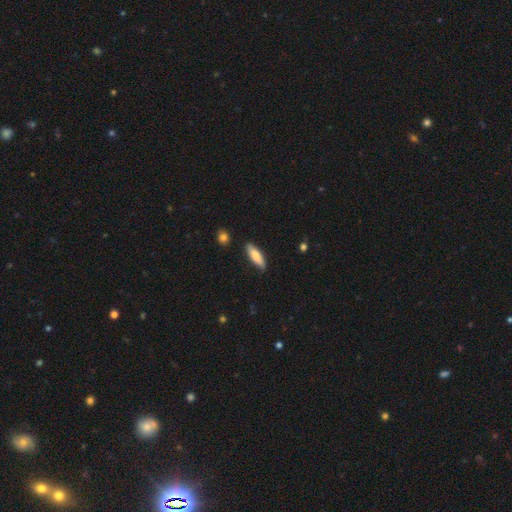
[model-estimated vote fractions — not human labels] A smooth galaxy with no disk features (80%) that is cigar-shaped (54%).

Vote fractions:
- Smooth or featured? smooth: 80% / featured or disk: 15% / star or artifact: 6%
- How rounded? cigar-shaped: 54% / in between: 44% / round: 2%
- Merging? none: 85% / minor disturbance: 11% / major disturbance: 2% / merger: 2%